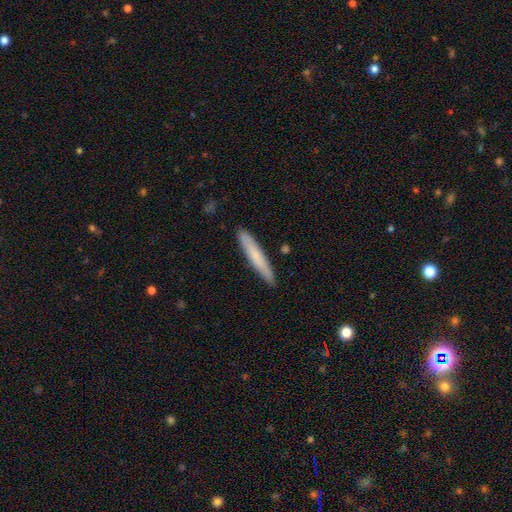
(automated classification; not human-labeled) Smooth or featured? smooth (71%)
How rounded? cigar-shaped (94%)
Merging? none (89%)